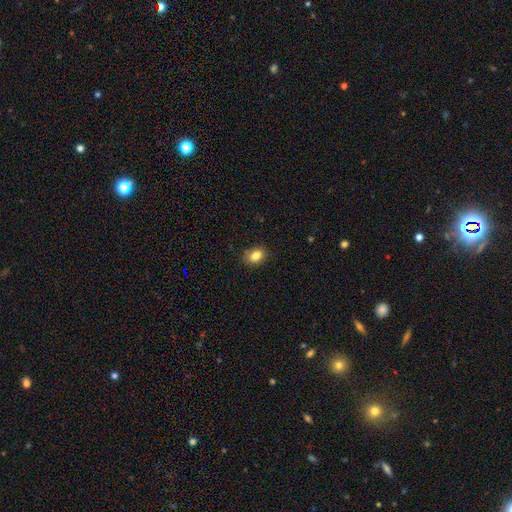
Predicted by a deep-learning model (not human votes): This is clearly a smooth galaxy (84%). How rounded: likely in between (68%). Merging: clearly none (83%).